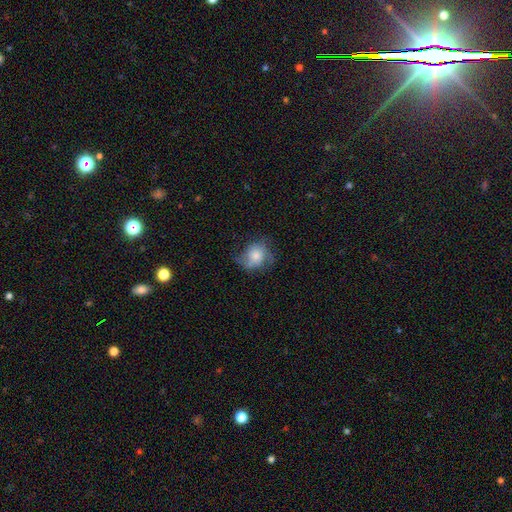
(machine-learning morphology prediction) Smooth or featured? Predicted: smooth (p=0.53). How rounded? Predicted: round (p=0.65). Merging? Predicted: none (p=0.52).